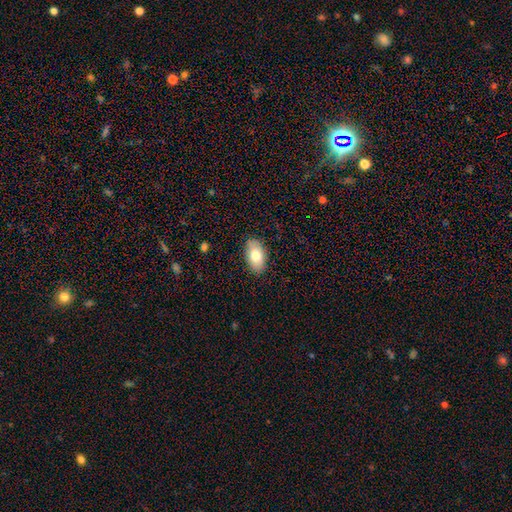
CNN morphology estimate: Smooth or featured? smooth (79%)
How rounded? in between (94%)
Merging? none (87%)